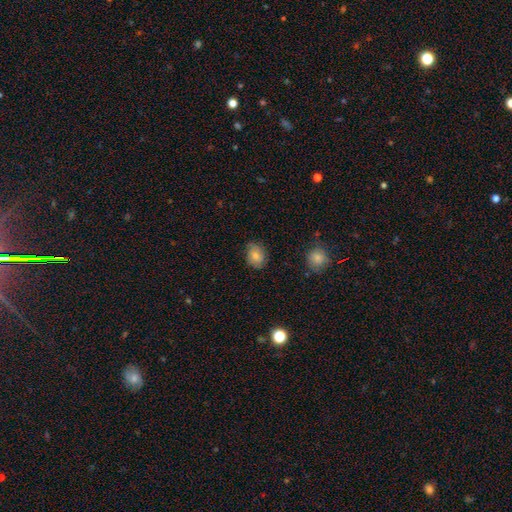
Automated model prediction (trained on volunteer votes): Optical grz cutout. It shows a smooth galaxy with no disk features (74%) that is in between round and cigar-shaped (60%). Merging: none (75%).